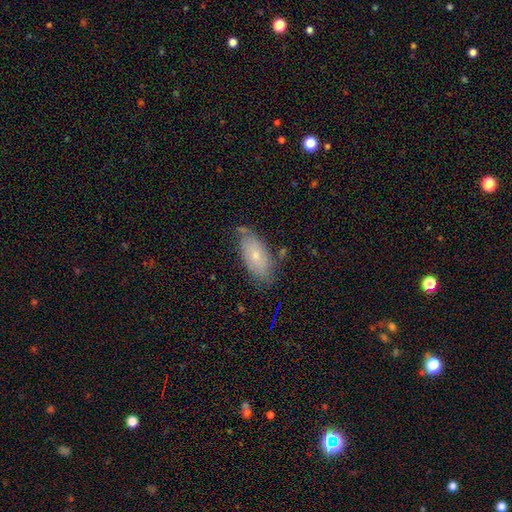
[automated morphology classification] The model was most divided on "smooth or featured": smooth: 60%, featured or disk: 33%, star or artifact: 7%. More confident: how rounded — in between (91%); merging — none (64%).